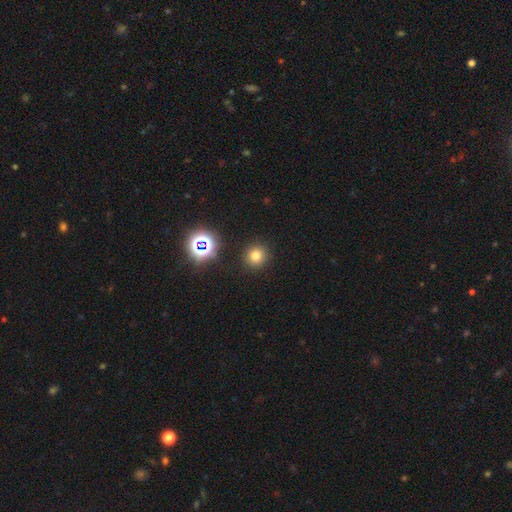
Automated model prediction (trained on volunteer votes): smooth_or_featured: smooth (p=0.74) [alt: star or artifact p=0.19]
how_rounded: round (p=0.92) [alt: in between p=0.07]
merging: none (p=0.90) [alt: minor disturbance p=0.06]